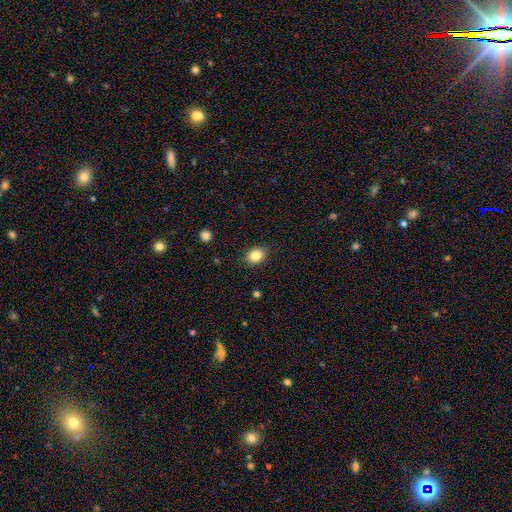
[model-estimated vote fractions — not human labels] A smooth galaxy with no disk features (84%) that is in between round and cigar-shaped (61%). Merging: none (85%).